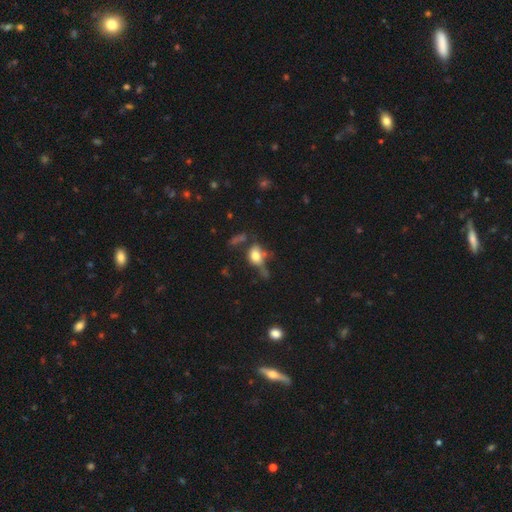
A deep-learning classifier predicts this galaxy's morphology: Smooth or featured? smooth (58%)
How rounded? in between (58%)
Merging? none (40%)